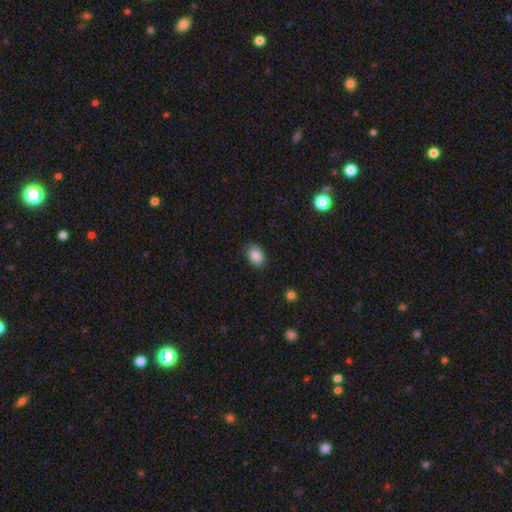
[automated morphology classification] The model was most divided on "how rounded": in between: 78%, round: 21%, cigar-shaped: 1%. More confident: smooth or featured — smooth (86%); merging — none (84%).